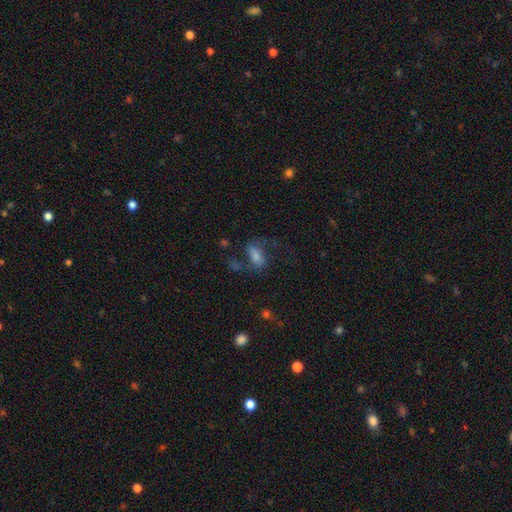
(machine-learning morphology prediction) Q: Smooth or featured?
A: smooth (43%); runner-up: featured or disk (38%)
Q: Merging?
A: none (49%); runner-up: major disturbance (25%)